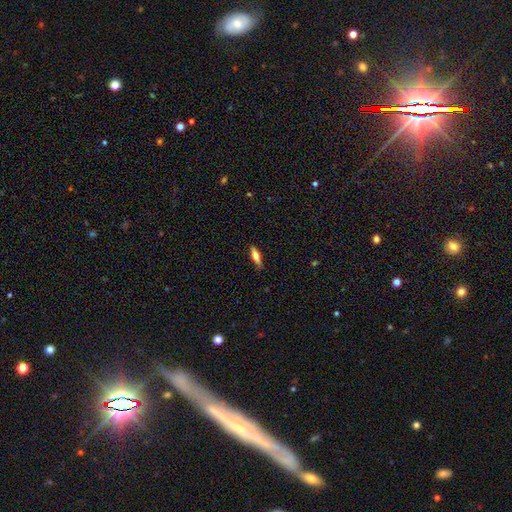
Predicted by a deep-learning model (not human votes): smooth-or-featured: smooth: 52% | featured or disk: 41% | star or artifact: 7%
  how-rounded: cigar-shaped: 57% | in between: 41% | round: 3%
  merging: none: 87% | minor disturbance: 10% | major disturbance: 2% | merger: 1%